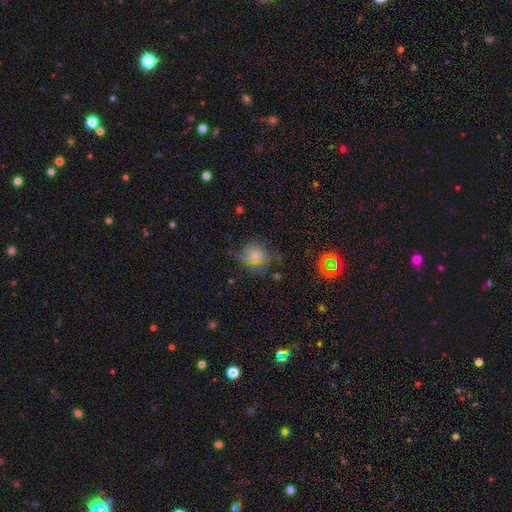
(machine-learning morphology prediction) Smooth or featured?
  - smooth: 60% *
  - star or artifact: 22%
  - featured or disk: 18%
How rounded?
  - round: 62% *
  - in between: 36%
  - cigar-shaped: 2%
Merging?
  - none: 60% *
  - minor disturbance: 24%
  - major disturbance: 14%
  - merger: 3%